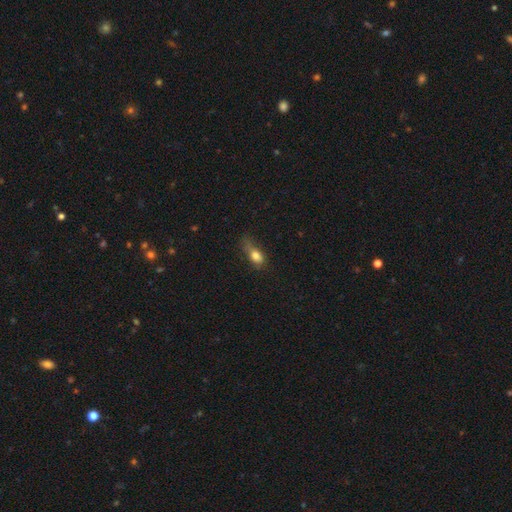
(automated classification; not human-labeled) This appears to be a smooth galaxy with no disk features (77%) that is in between round and cigar-shaped (78%). Merging: minor disturbance (34%).